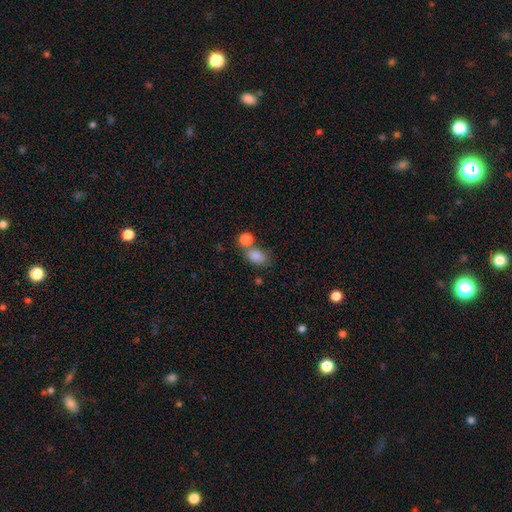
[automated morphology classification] Smooth or featured?
  - smooth: 83% *
  - star or artifact: 10%
  - featured or disk: 7%
How rounded?
  - in between: 77% *
  - round: 22%
  - cigar-shaped: 2%
Merging?
  - none: 44% *
  - merger: 34%
  - minor disturbance: 14%
  - major disturbance: 7%